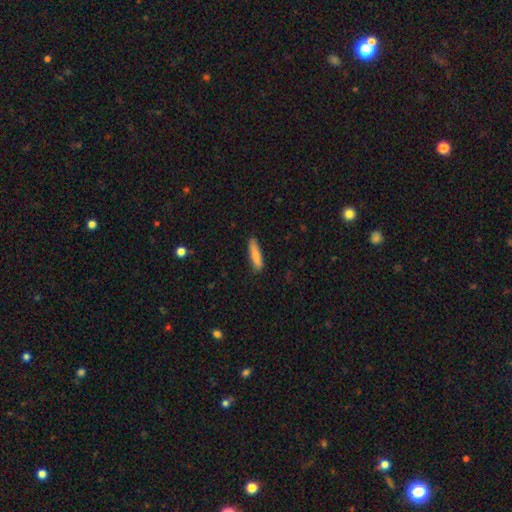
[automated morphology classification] type=smooth (82%); roundness=cigar-shaped (76%); merging=none (86%).